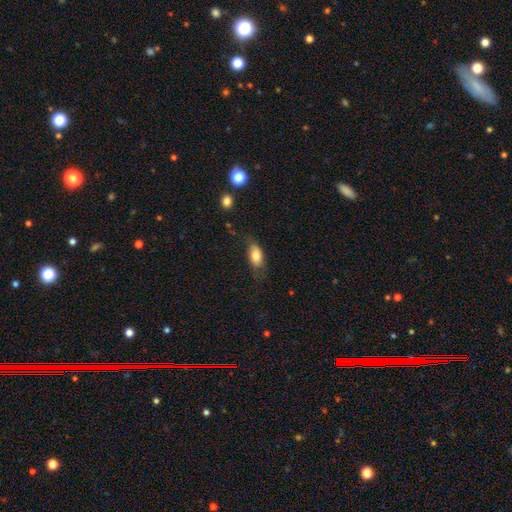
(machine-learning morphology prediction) smooth_or_featured: smooth (p=0.76) [alt: featured or disk p=0.17]
how_rounded: in between (p=0.88) [alt: cigar-shaped p=0.06]
merging: none (p=0.60) [alt: minor disturbance p=0.27]